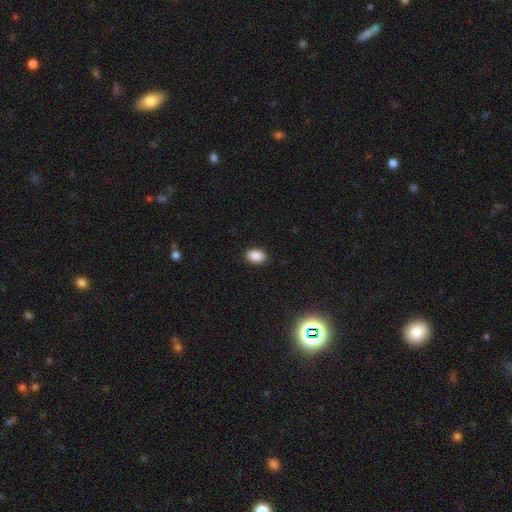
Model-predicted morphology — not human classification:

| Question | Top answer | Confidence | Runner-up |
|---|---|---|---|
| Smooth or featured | smooth | 89% | star or artifact (9%) |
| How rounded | in between | 84% | round (14%) |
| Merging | none | 90% | minor disturbance (7%) |